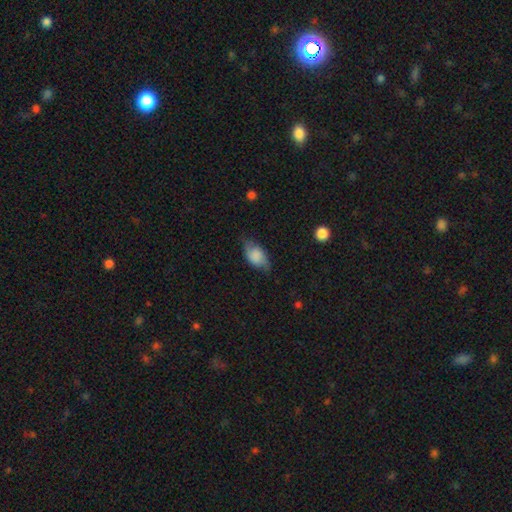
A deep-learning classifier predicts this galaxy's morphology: Smooth or featured?
  - smooth: 68% *
  - featured or disk: 24%
  - star or artifact: 8%
How rounded?
  - in between: 89% *
  - round: 8%
  - cigar-shaped: 3%
Merging?
  - none: 64% *
  - minor disturbance: 27%
  - major disturbance: 8%
  - merger: 1%